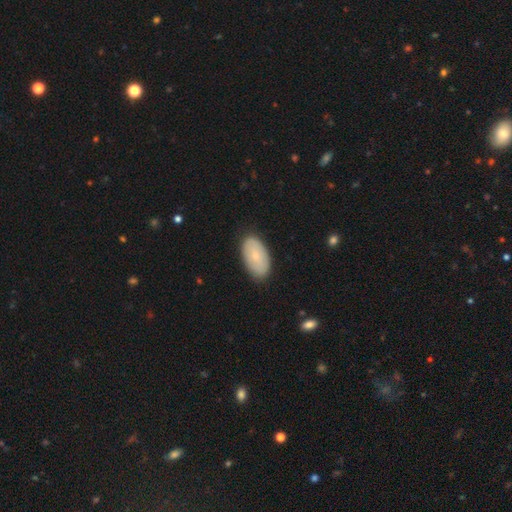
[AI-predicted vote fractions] Smooth or featured?
  - smooth: 69% *
  - featured or disk: 24%
  - star or artifact: 6%
How rounded?
  - in between: 95% *
  - round: 4%
  - cigar-shaped: 2%
Merging?
  - none: 85% *
  - minor disturbance: 12%
  - major disturbance: 2%
  - merger: 1%